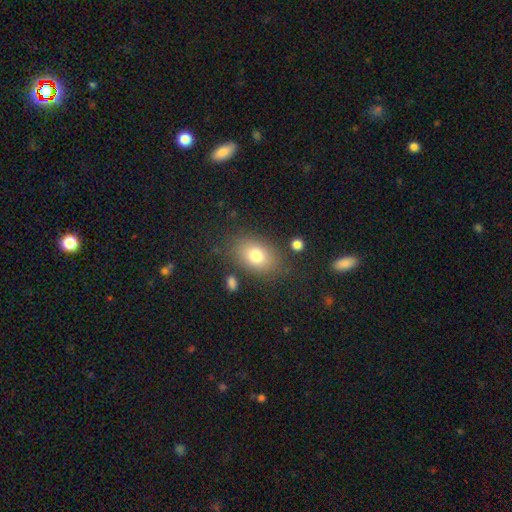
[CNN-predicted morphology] Smooth or featured? Predicted: smooth (p=0.77). How rounded? Predicted: in between (p=0.79). Merging? Predicted: none (p=0.79).